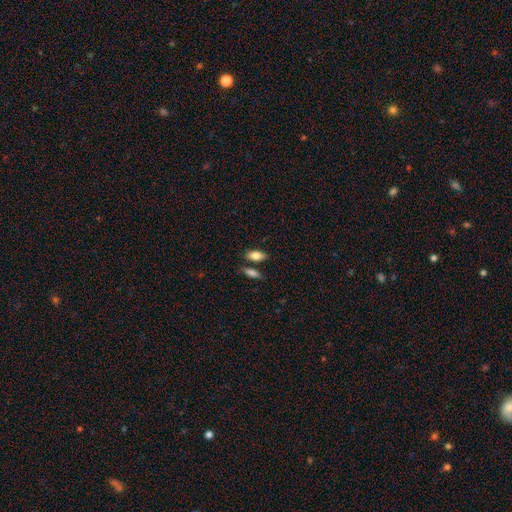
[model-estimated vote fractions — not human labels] This is clearly a smooth galaxy (81%). How rounded: clearly in between (86%). Merging: likely none (77%).